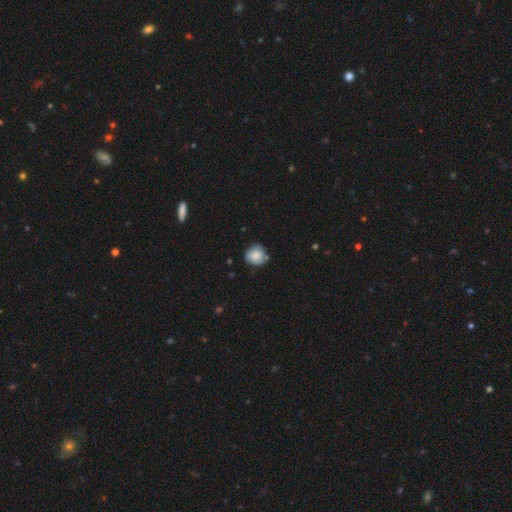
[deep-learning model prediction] Overall: smooth (76%). How rounded: round (84%). Merging: none (68%).